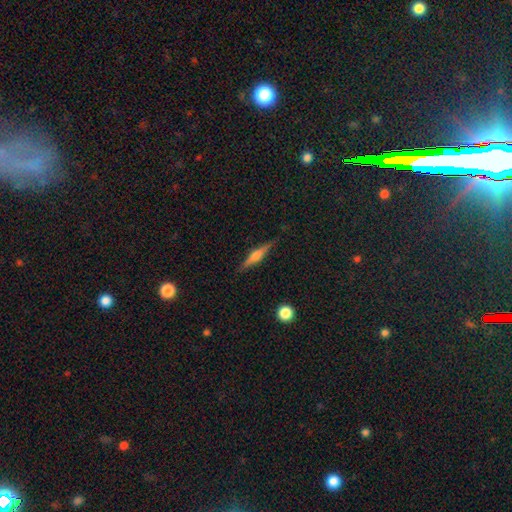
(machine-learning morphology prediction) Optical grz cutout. It shows a featured or disk galaxy (67%) viewed edge-on (97%) with a rounded central bulge (82%). Merging: none (88%).